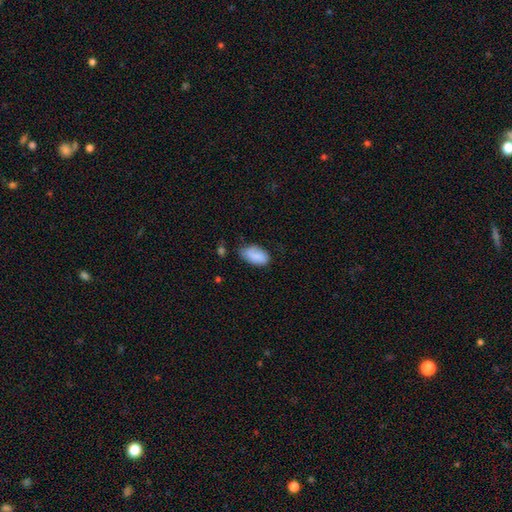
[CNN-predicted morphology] smooth_or_featured: smooth (p=0.85) [alt: featured or disk p=0.08]
how_rounded: in between (p=0.94) [alt: round p=0.04]
merging: none (p=0.65) [alt: minor disturbance p=0.27]